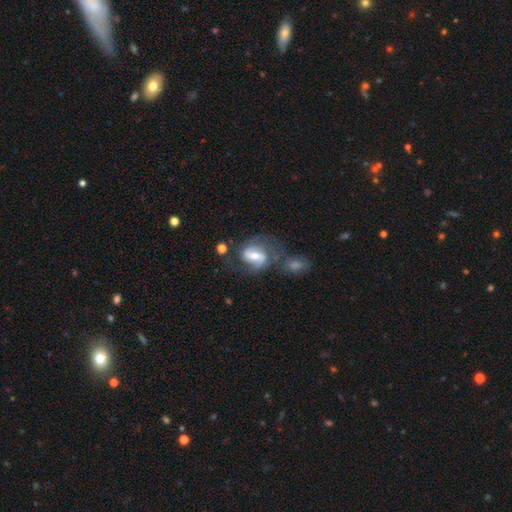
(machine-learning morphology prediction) type=featured or disk (73%); edge-on=no (97%); bar=weak (45%); spiral arms=yes (89%); winding=medium (49%); arm count=2 (83%); bulge=moderate (66%); merging=none (46%).